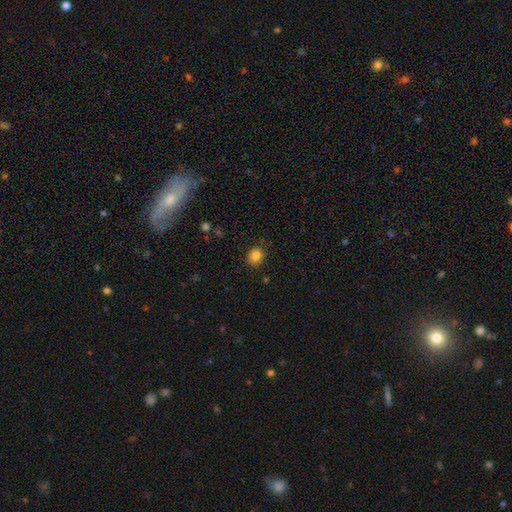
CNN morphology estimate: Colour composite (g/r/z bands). It shows a smooth galaxy with no disk features (85%) that is round (68%). Merging: none (84%).